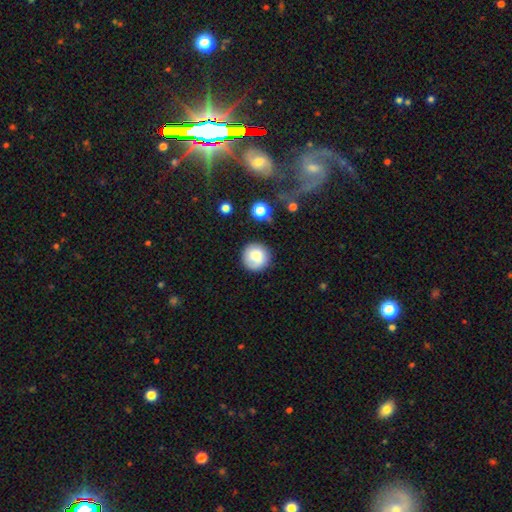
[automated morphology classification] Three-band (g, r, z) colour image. It shows a smooth galaxy with no disk features (79%) that is round (95%). Merging: none (82%).